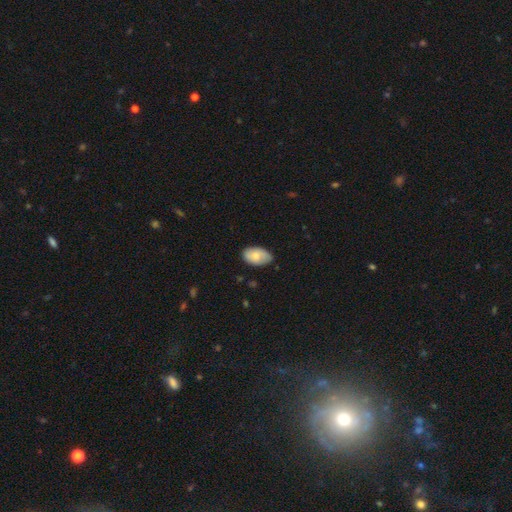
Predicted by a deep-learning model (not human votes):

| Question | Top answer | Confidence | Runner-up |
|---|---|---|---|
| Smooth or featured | smooth | 78% | featured or disk (16%) |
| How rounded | in between | 94% | round (5%) |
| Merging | none | 71% | minor disturbance (25%) |